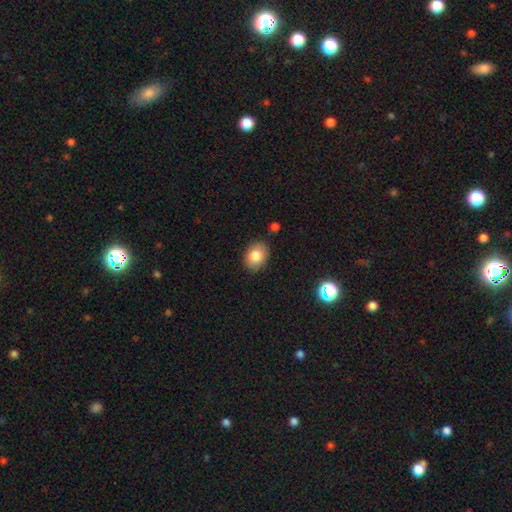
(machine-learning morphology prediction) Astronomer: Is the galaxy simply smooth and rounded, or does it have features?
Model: smooth — 82%.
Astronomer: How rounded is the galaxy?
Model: in between — 60% (runner-up: round, 39%).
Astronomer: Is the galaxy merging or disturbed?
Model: none — 85%.